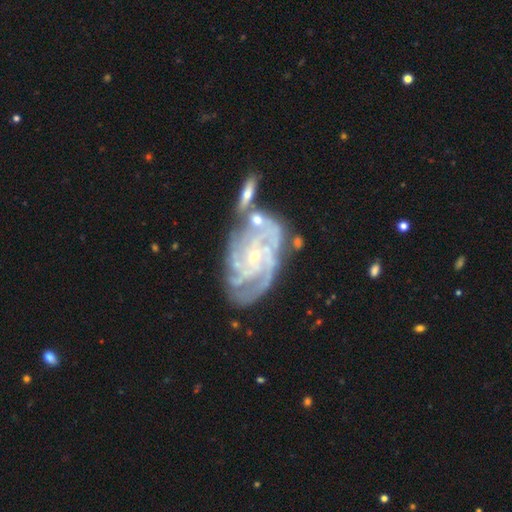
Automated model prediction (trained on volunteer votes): This is clearly a featured or disk galaxy (89%). It is clearly not viewed edge-on (97%). Bar: likely no (61%). Spiral arm pattern: clearly yes (97%). Spiral arm count: marginally 4 (28%). Spiral winding: likely tight (65%). Central bulge: likely small (75%). Merging: possibly none (50%).